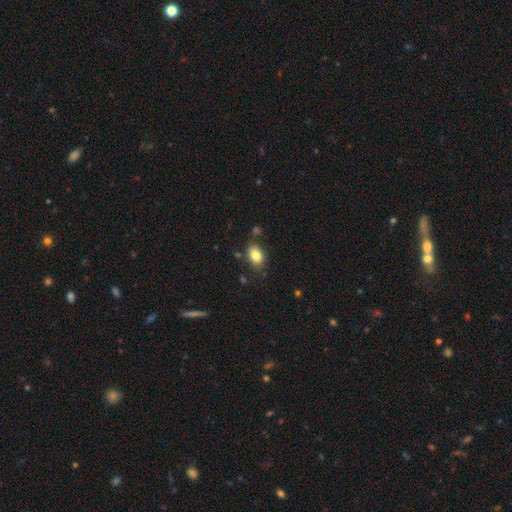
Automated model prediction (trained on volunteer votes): This appears to be a smooth galaxy with no disk features (83%) that is in between round and cigar-shaped (84%). Merging: none (79%).